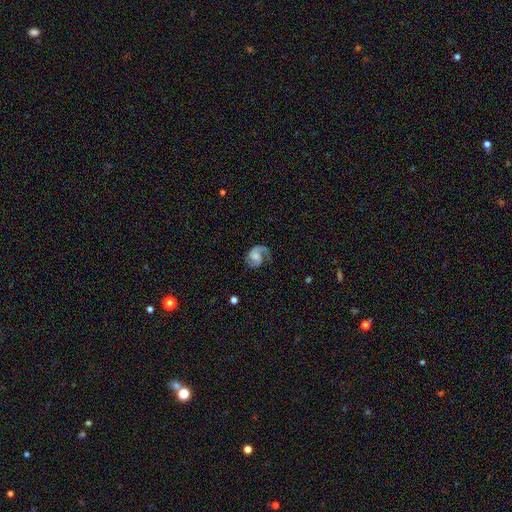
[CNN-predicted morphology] Overall: featured or disk (82%). Edge-on disk: no (98%). Bar: no (58%; weak 36%). Spiral arms: yes (97%). Spiral arm count: 2 (68%). Spiral winding: medium (50%; tight 26%). Bulge size: small (40%; moderate 34%). Merging: none (64%).